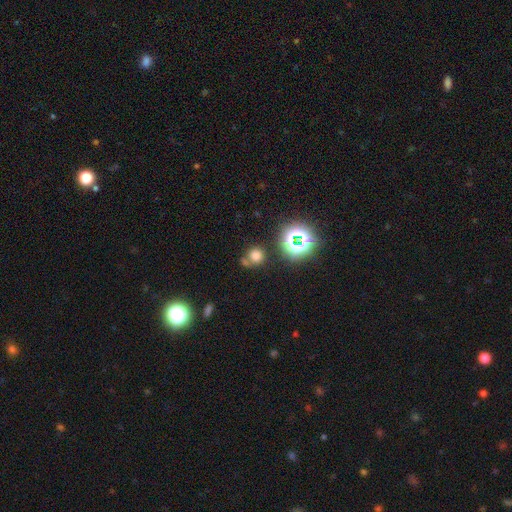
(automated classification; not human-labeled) smooth 68%, star or artifact 24%, featured or disk 8%. Down the decision tree: how rounded — round (88%); merging — none (64%).